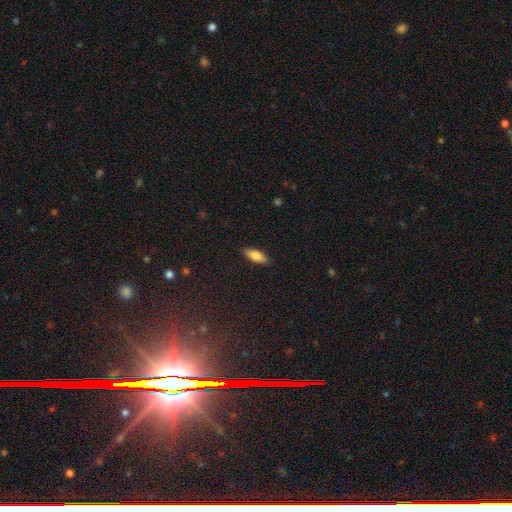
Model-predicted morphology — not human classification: smooth-or-featured: smooth: 79% | featured or disk: 15% | star or artifact: 7%
  how-rounded: in between: 69% | cigar-shaped: 29% | round: 2%
  merging: none: 88% | minor disturbance: 9% | major disturbance: 2% | merger: 1%